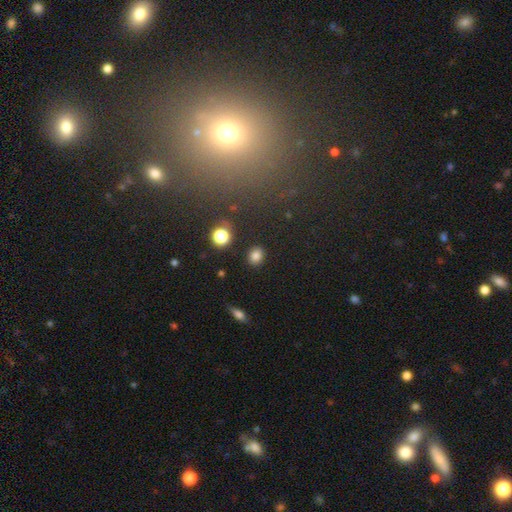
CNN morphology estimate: Q: Smooth or featured?
A: smooth (82%); runner-up: star or artifact (12%)
Q: How rounded?
A: round (60%); runner-up: in between (39%)
Q: Merging?
A: none (88%); runner-up: minor disturbance (8%)